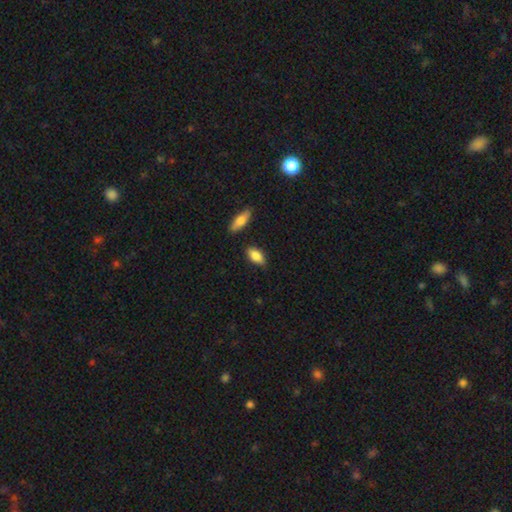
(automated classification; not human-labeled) Smooth or featured? Predicted: smooth (p=0.82). How rounded? Predicted: in between (p=0.86). Merging? Predicted: none (p=0.76).